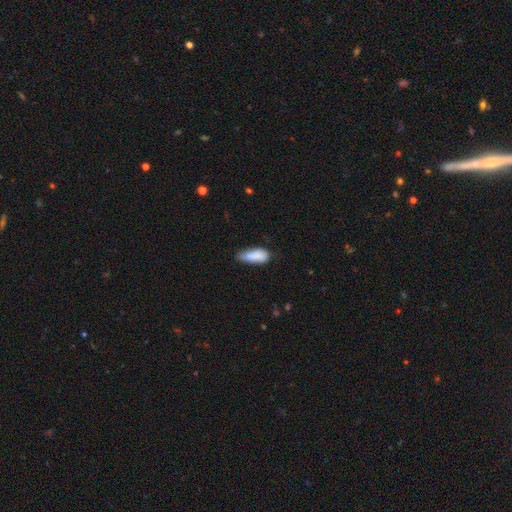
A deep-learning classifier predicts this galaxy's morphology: A smooth galaxy with no disk features (86%) that is in between round and cigar-shaped (75%).

Vote fractions:
- Smooth or featured? smooth: 86% / featured or disk: 7% / star or artifact: 7%
- How rounded? in between: 75% / cigar-shaped: 23% / round: 2%
- Merging? none: 48% / minor disturbance: 40% / major disturbance: 9% / merger: 3%